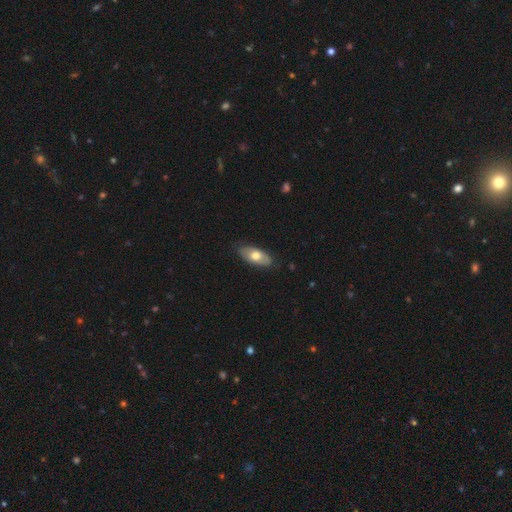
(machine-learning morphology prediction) Smooth or featured: smooth — 62% (featured or disk — 32%)
How rounded: in between — 89% (cigar-shaped — 8%)
Merging: none — 82% (minor disturbance — 15%)